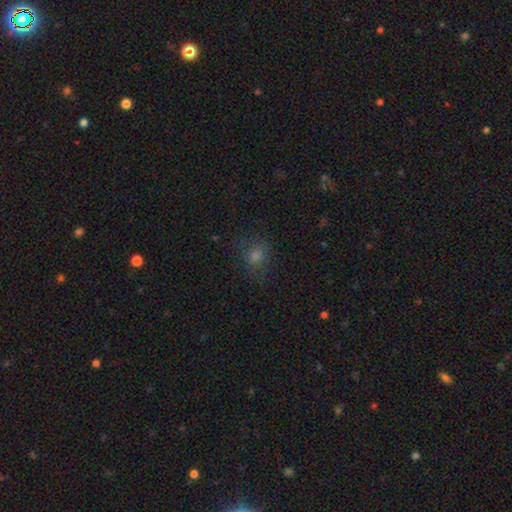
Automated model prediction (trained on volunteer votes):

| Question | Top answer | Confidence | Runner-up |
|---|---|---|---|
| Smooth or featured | smooth | 63% | star or artifact (27%) |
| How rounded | round | 66% | in between (33%) |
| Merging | none | 77% | minor disturbance (14%) |